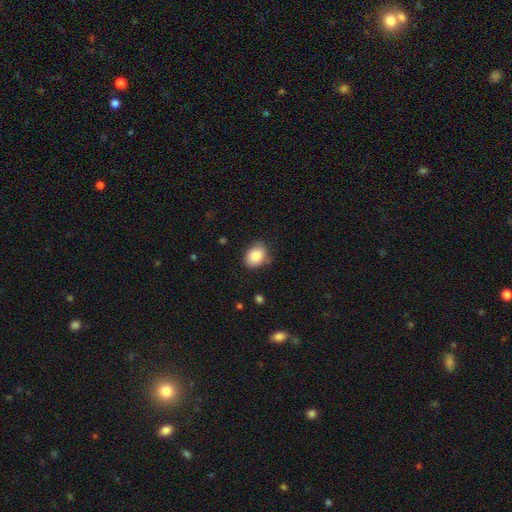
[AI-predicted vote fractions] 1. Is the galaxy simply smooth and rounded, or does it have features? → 86% smooth, 8% star or artifact, 6% featured or disk.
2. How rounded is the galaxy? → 62% in between, 37% round, 1% cigar-shaped.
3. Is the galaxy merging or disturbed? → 73% none, 21% minor disturbance, 4% major disturbance, 2% merger.